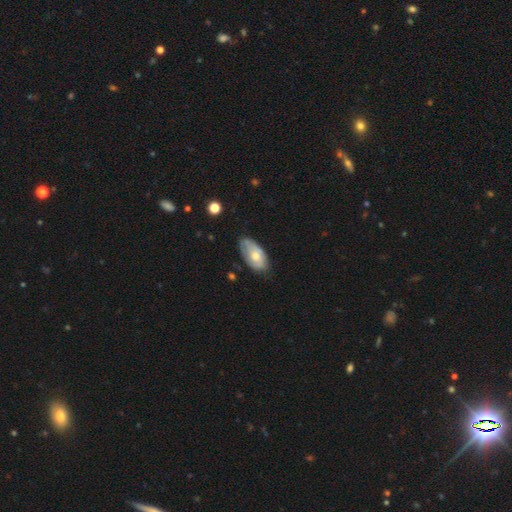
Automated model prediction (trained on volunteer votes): smooth_or_featured: smooth (p=0.55) [alt: featured or disk p=0.39]
how_rounded: in between (p=0.93) [alt: round p=0.04]
merging: none (p=0.59) [alt: minor disturbance p=0.32]